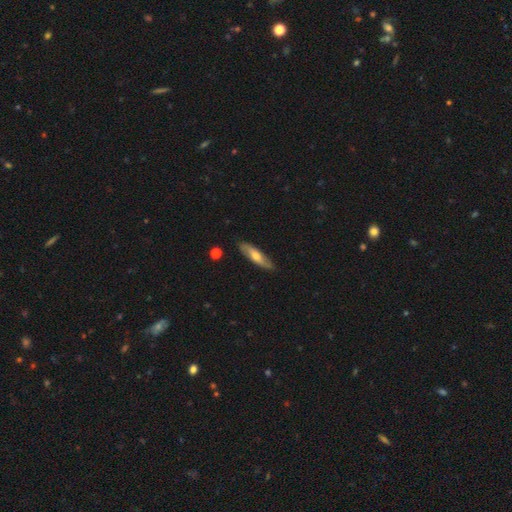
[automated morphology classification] A featured or disk galaxy (47%, tied with smooth). Merging: none (83%).